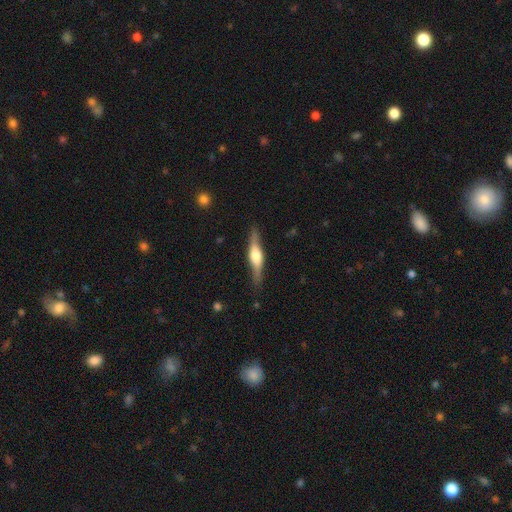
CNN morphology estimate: This appears to be a featured or disk galaxy (67%) viewed edge-on (94%) with a rounded central bulge (85%). Merging: none (82%).